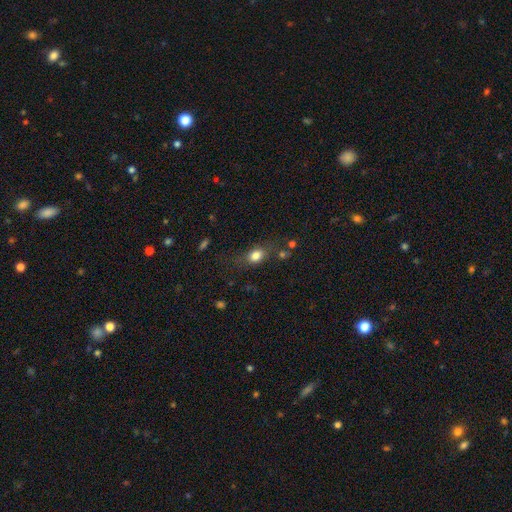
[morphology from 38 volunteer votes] This appears to be a smooth galaxy with no disk features (89%) that is in between round and cigar-shaped (65%). Merging: none (74%).